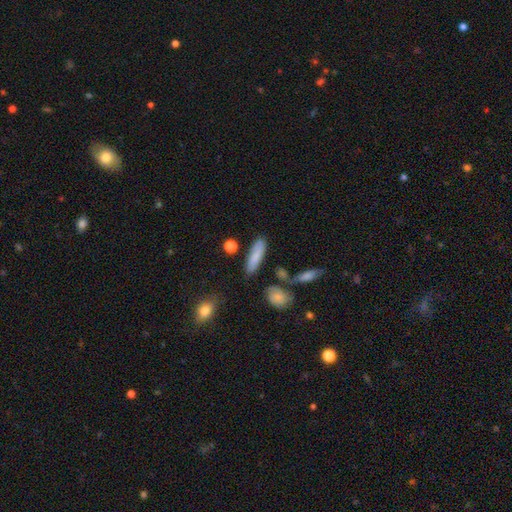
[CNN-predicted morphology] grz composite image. It shows a smooth galaxy with no disk features (80%) that is cigar-shaped (61%). Merging: none (76%).